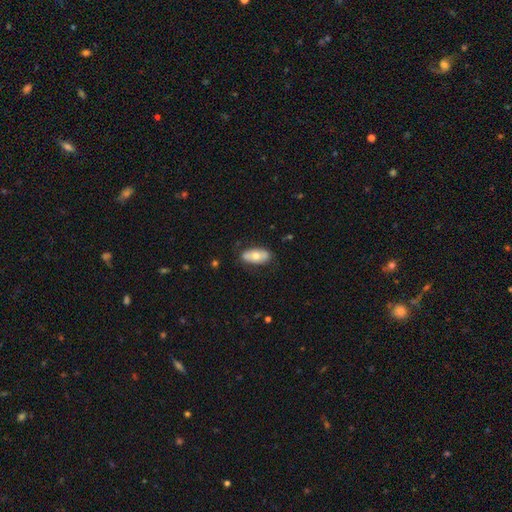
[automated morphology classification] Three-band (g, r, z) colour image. It shows a smooth galaxy with no disk features (66%) that is in between round and cigar-shaped (90%). Merging: none (81%).